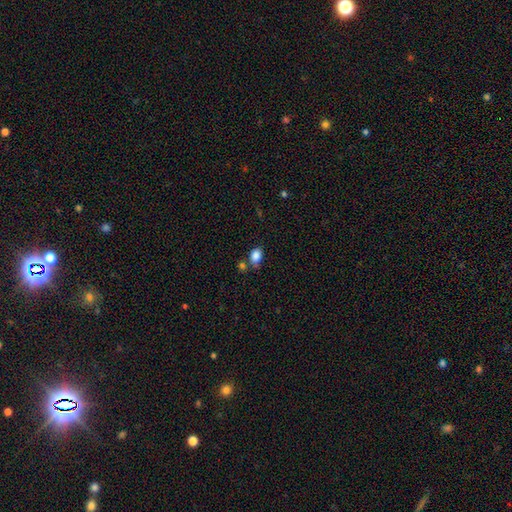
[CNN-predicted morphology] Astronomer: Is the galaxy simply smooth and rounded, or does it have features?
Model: smooth — 86%.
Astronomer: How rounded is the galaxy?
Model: in between — 77%.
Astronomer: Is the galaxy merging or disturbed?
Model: none — 57%.